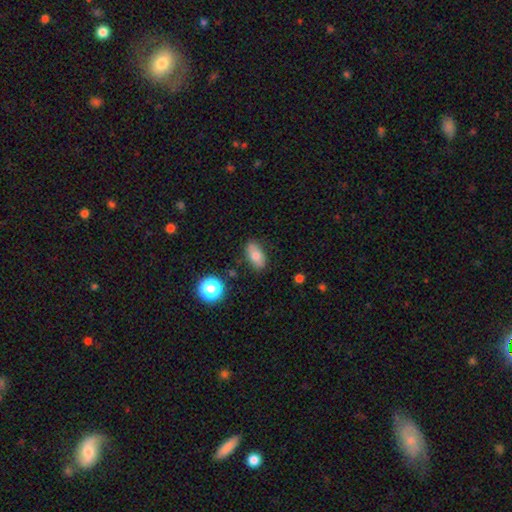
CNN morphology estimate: A smooth galaxy with no disk features (75%) that is in between round and cigar-shaped (88%). Merging: none (81%).